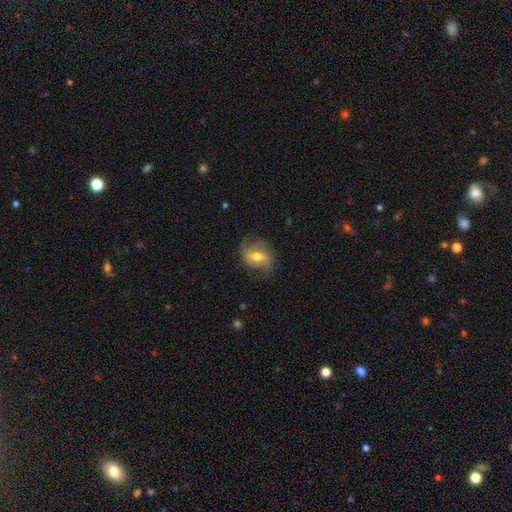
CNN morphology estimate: This is possibly a featured or disk galaxy (56%). It is clearly not viewed edge-on (93%). Bar: marginally weak (43%). Spiral arm pattern: likely yes (74%). Central bulge: likely moderate (70%). Merging: likely none (67%).